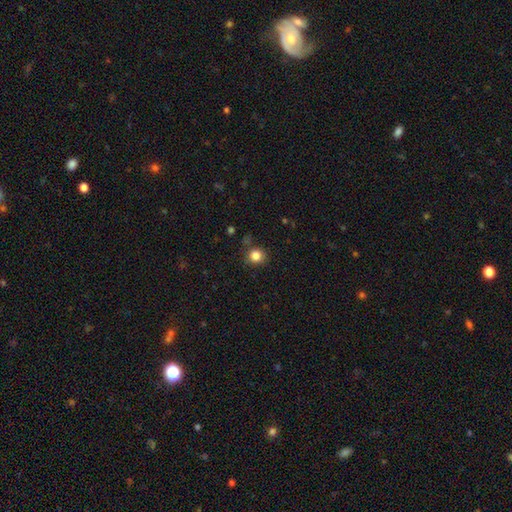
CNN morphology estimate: Smooth or featured: smooth — 84% (star or artifact — 12%)
How rounded: round — 87% (in between — 12%)
Merging: none — 84% (minor disturbance — 10%)